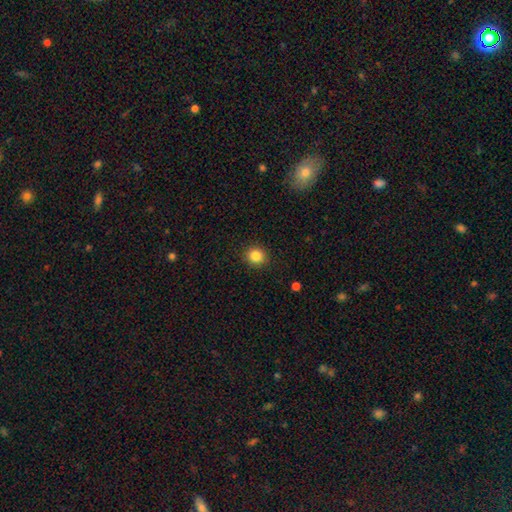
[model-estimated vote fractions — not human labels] The model was most divided on "smooth or featured": smooth: 85%, star or artifact: 11%, featured or disk: 5%. More confident: merging — none (91%); how rounded — round (89%).